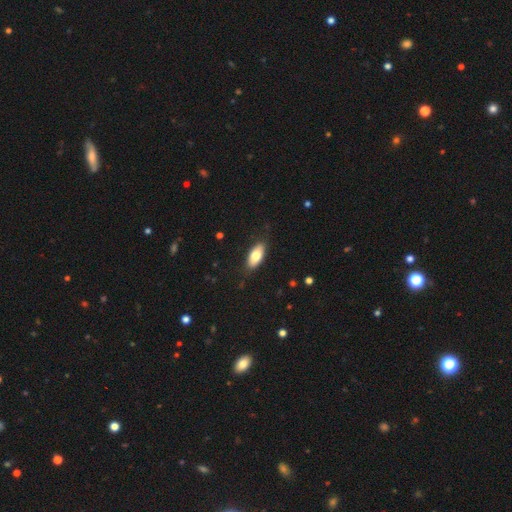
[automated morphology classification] Smooth or featured? smooth (77%)
How rounded? in between (88%)
Merging? none (85%)